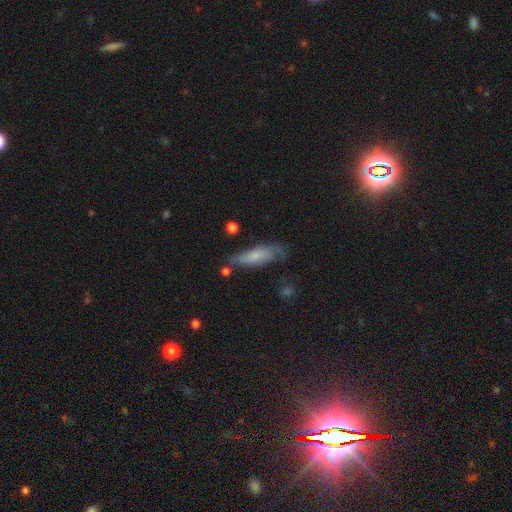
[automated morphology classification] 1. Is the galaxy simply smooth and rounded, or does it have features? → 57% smooth, 35% featured or disk, 8% star or artifact.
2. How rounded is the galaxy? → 52% cigar-shaped, 45% in between, 3% round.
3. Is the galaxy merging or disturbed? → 61% none, 26% minor disturbance, 9% major disturbance, 4% merger.